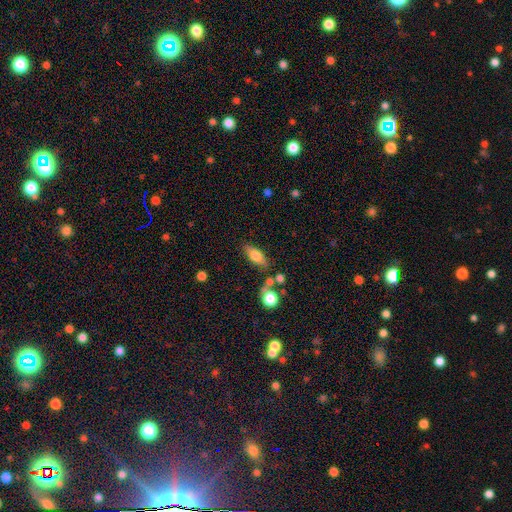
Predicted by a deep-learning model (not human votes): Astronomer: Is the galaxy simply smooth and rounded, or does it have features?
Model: smooth — 70%.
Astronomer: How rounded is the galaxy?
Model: in between — 73%.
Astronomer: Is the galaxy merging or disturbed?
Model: none — 71%.